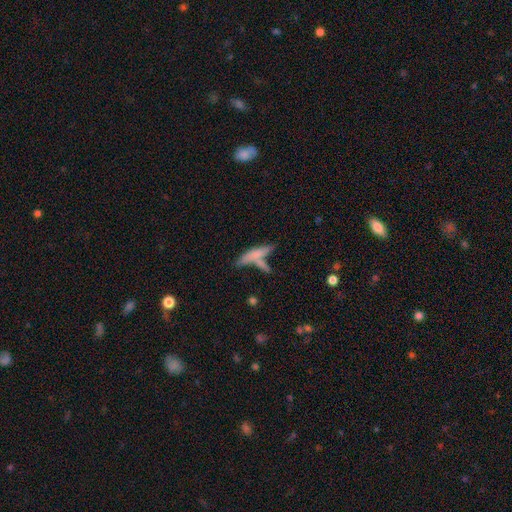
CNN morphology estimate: This appears to be a smooth galaxy with no disk features (65%) that is cigar-shaped (77%). Merging: none (43%).